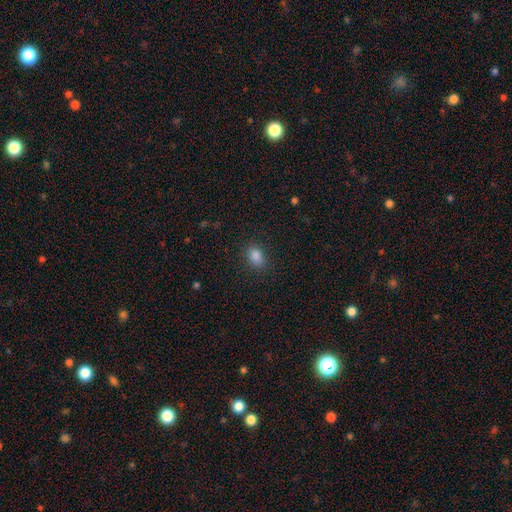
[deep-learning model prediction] A smooth galaxy with no disk features (85%) that is in between round and cigar-shaped (79%).

Vote fractions:
- Smooth or featured? smooth: 85% / star or artifact: 11% / featured or disk: 4%
- How rounded? in between: 79% / round: 20% / cigar-shaped: 2%
- Merging? none: 85% / minor disturbance: 11% / major disturbance: 3% / merger: 1%